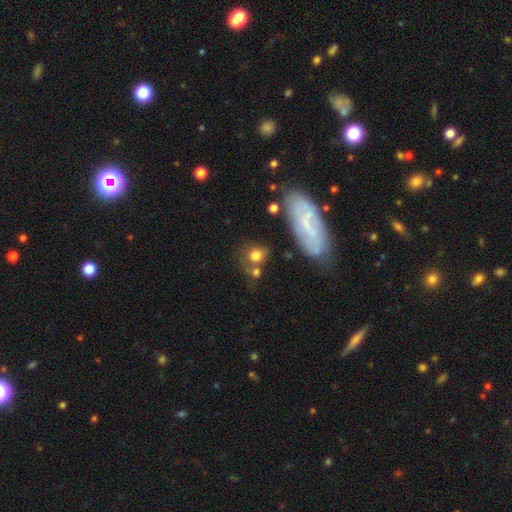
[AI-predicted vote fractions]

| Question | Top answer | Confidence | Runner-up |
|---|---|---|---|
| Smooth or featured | smooth | 74% | featured or disk (16%) |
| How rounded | round | 73% | in between (24%) |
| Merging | none | 60% | merger (17%) |